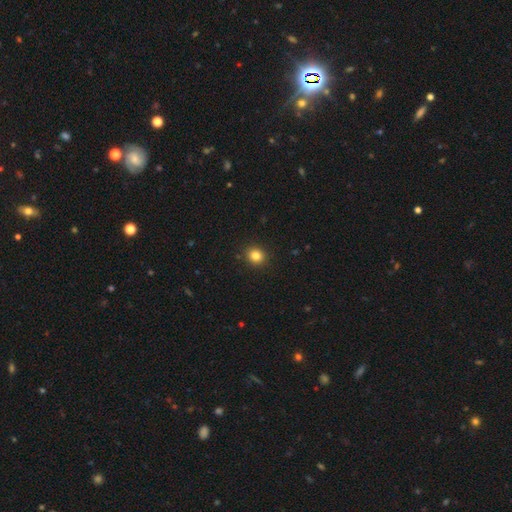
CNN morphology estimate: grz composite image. It shows a smooth galaxy with no disk features (83%) that is round (84%). Merging: none (92%).